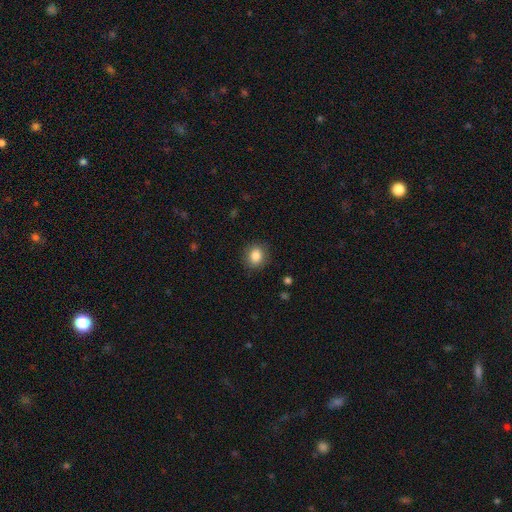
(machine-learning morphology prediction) Overall: smooth (85%). How rounded: round (72%). Merging: none (87%).